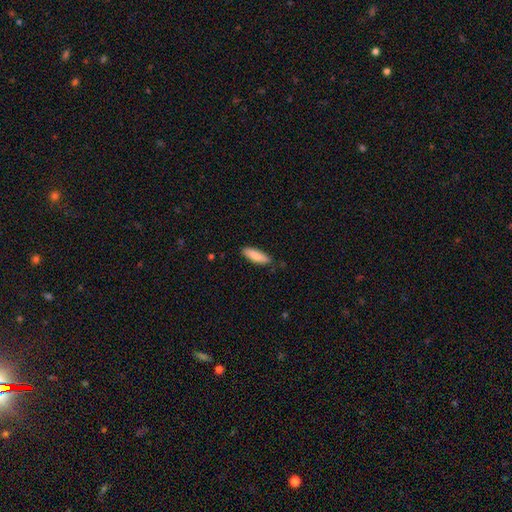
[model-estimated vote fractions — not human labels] A smooth galaxy with no disk features (86%) that is cigar-shaped (52%).

Vote fractions:
- Smooth or featured? smooth: 86% / featured or disk: 8% / star or artifact: 6%
- How rounded? cigar-shaped: 52% / in between: 47% / round: 2%
- Merging? none: 84% / minor disturbance: 13% / major disturbance: 2% / merger: 1%